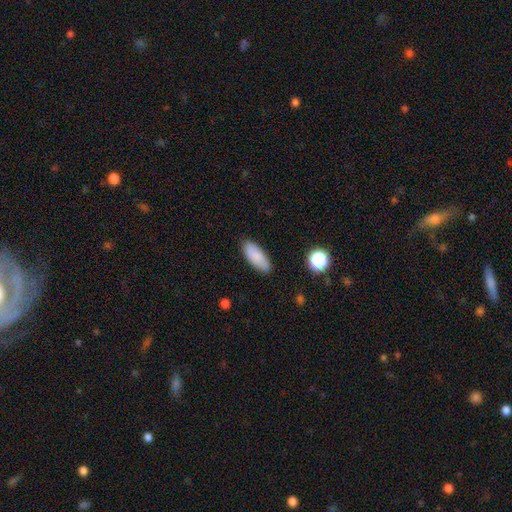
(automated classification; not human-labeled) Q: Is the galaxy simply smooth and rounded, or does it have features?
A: smooth — 87%.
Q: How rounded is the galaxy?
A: in between — 77%.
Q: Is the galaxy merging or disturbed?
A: none — 88%.